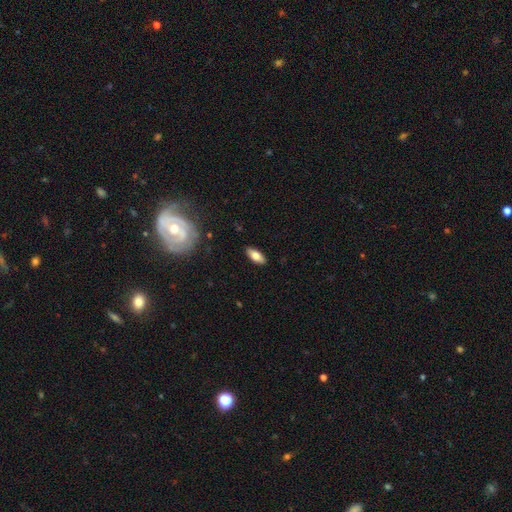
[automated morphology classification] Overall: smooth (72%). How rounded: in between (79%). Merging: none (88%).